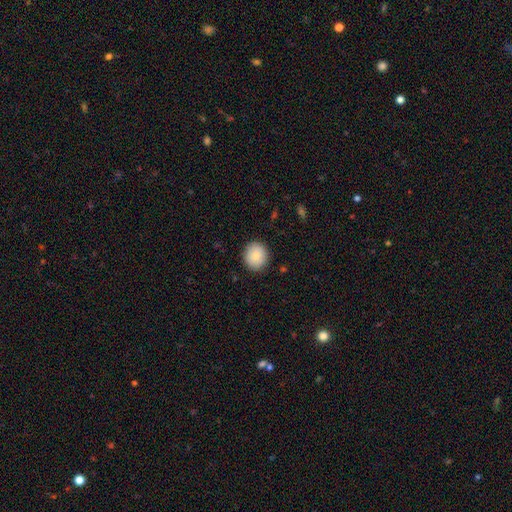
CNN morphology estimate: A smooth galaxy with no disk features (84%) that is round (80%). Merging: none (89%).